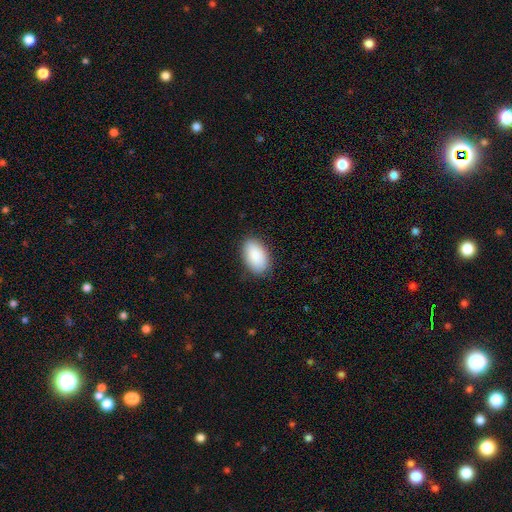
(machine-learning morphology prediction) smooth-or-featured: smooth: 90% | star or artifact: 6% | featured or disk: 4%
  how-rounded: in between: 94% | round: 4% | cigar-shaped: 1%
  merging: none: 85% | minor disturbance: 11% | major disturbance: 2% | merger: 1%